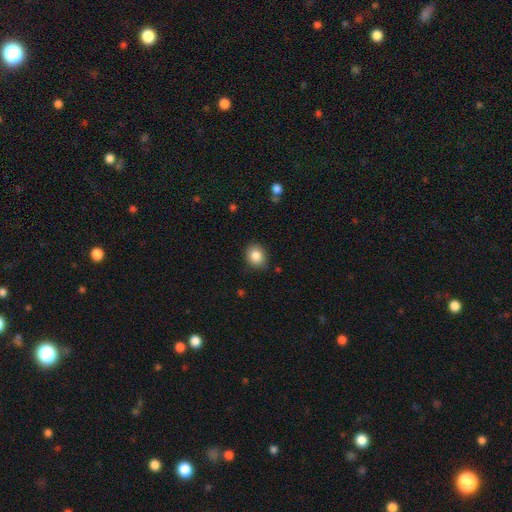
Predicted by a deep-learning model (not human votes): Overall: smooth (85%). How rounded: round (69%; in between 30%). Merging: none (85%).